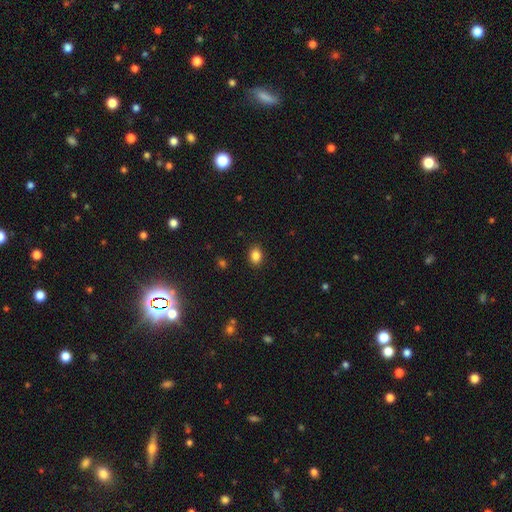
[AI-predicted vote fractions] This is clearly a smooth galaxy (85%). How rounded: likely in between (63%). Merging: clearly none (89%).